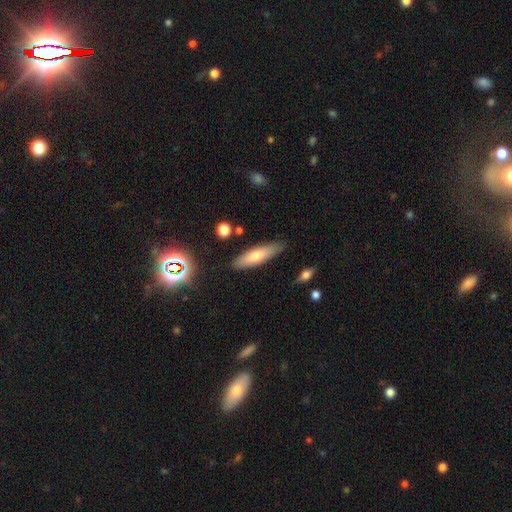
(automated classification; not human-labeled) Smooth or featured? Predicted: smooth (p=0.64). How rounded? Predicted: cigar-shaped (p=0.68). Merging? Predicted: none (p=0.85).